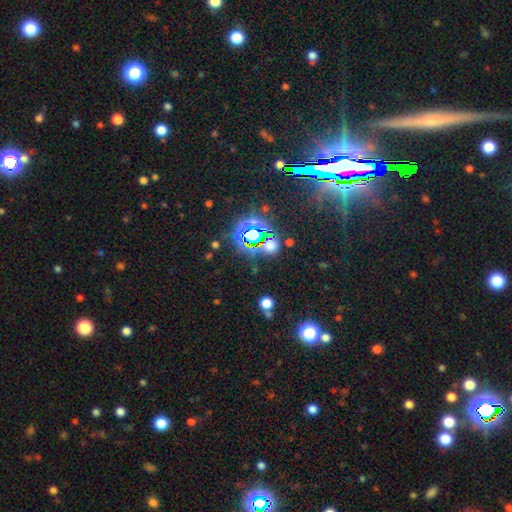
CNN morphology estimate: star or artifact 81%, smooth 9%, featured or disk 9%.